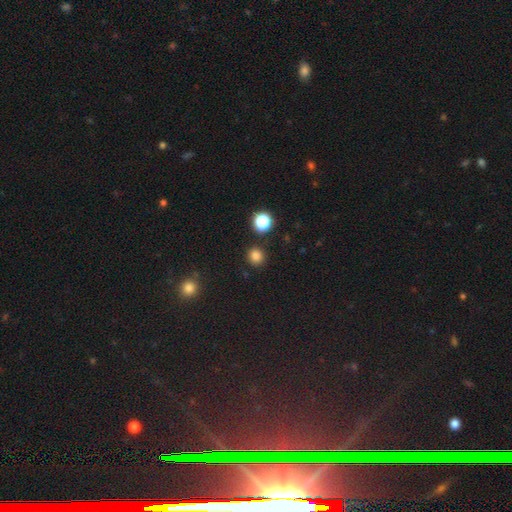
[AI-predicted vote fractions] smooth_or_featured: smooth (p=0.81) [alt: star or artifact p=0.15]
how_rounded: round (p=0.90) [alt: in between p=0.09]
merging: none (p=0.88) [alt: minor disturbance p=0.06]